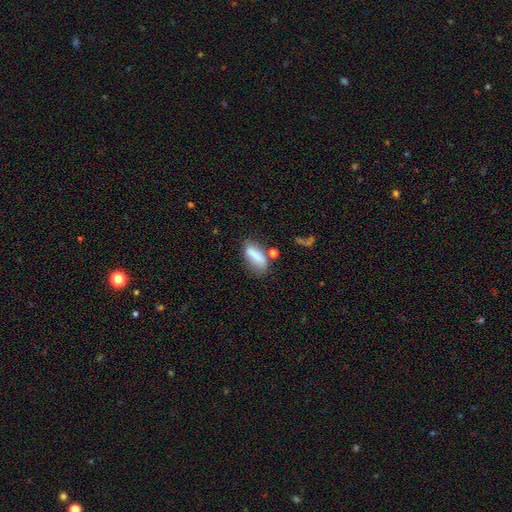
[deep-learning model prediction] Morphology: type=smooth (76%); roundness=in between (73%); merging=none (52%).